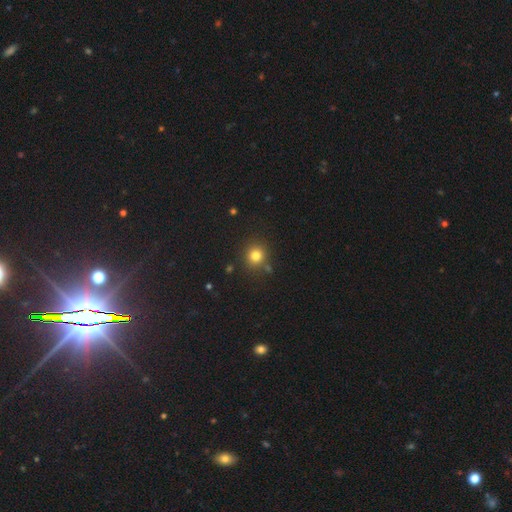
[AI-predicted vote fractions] A smooth galaxy with no disk features (80%) that is round (91%).

Vote fractions:
- Smooth or featured? smooth: 80% / star or artifact: 14% / featured or disk: 6%
- How rounded? round: 91% / in between: 8% / cigar-shaped: 1%
- Merging? none: 84% / minor disturbance: 8% / merger: 5% / major disturbance: 3%